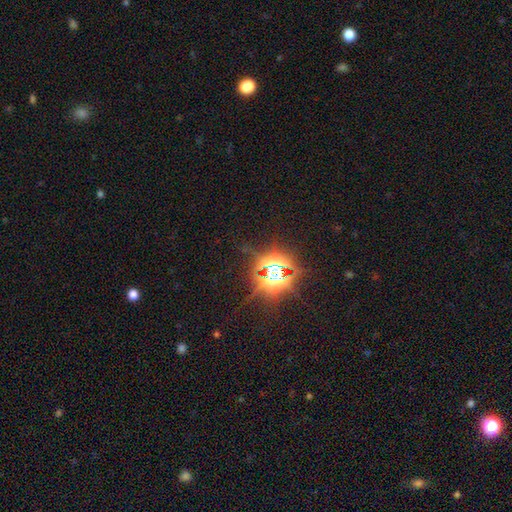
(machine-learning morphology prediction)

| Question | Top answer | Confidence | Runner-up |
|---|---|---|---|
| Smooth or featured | star or artifact | 84% | smooth (10%) |